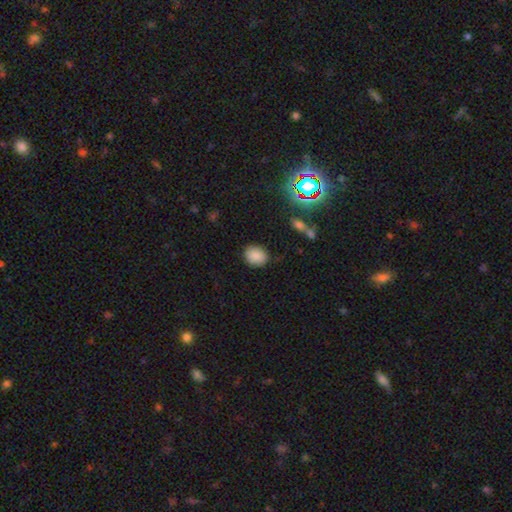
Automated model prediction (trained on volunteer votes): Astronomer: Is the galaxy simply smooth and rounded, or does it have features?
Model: smooth — 86%.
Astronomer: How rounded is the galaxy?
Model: round — 57% (runner-up: in between, 42%).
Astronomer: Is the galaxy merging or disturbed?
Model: none — 84%.